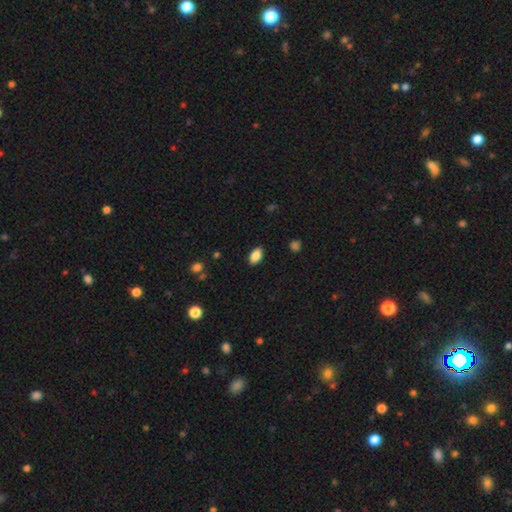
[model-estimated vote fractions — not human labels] A smooth galaxy with no disk features (87%) that is in between round and cigar-shaped (92%). Merging: none (88%).